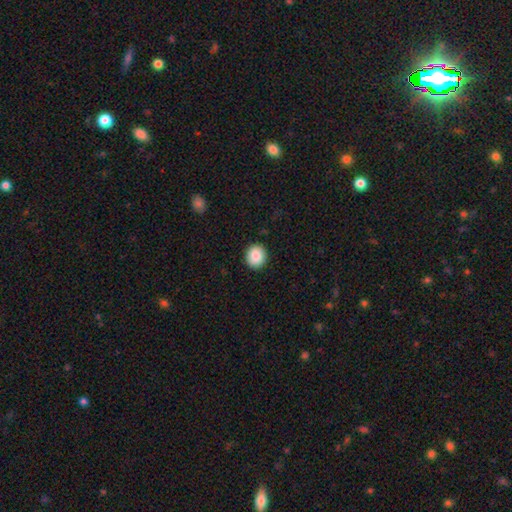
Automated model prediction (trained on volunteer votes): Smooth or featured? smooth (87%)
How rounded? round (82%)
Merging? none (91%)